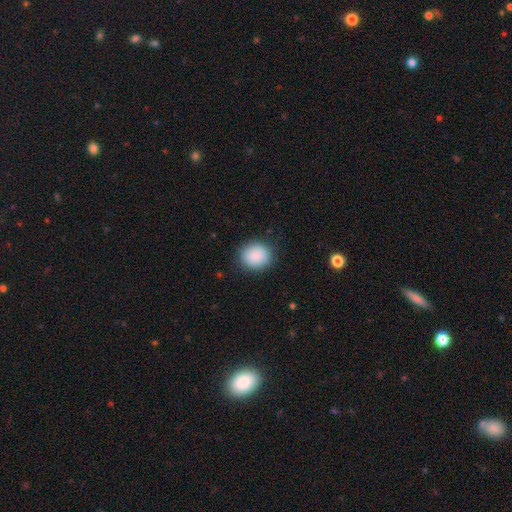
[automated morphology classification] Smooth or featured? smooth (89%)
How rounded? round (72%)
Merging? none (86%)